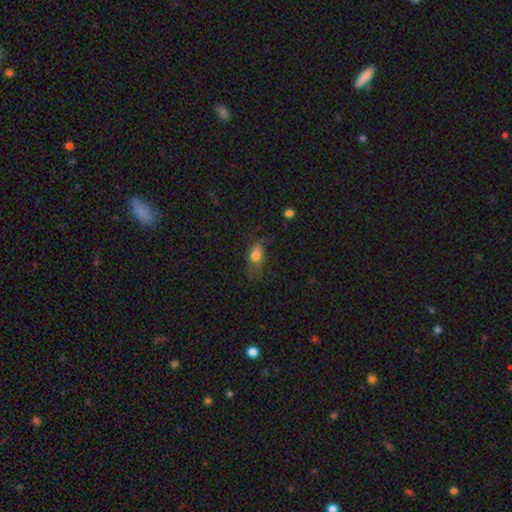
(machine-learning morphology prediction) The model was most divided on "merging": none: 45%, minor disturbance: 31%, major disturbance: 22%, merger: 3%. More confident: how rounded — in between (78%); smooth or featured — smooth (71%).